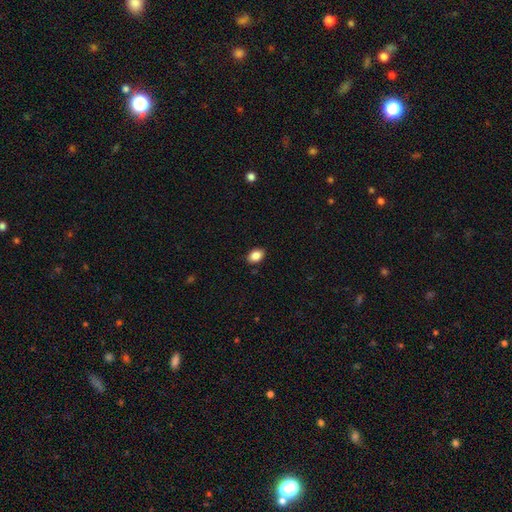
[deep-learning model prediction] Smooth or featured? smooth (88%)
How rounded? in between (83%)
Merging? none (88%)